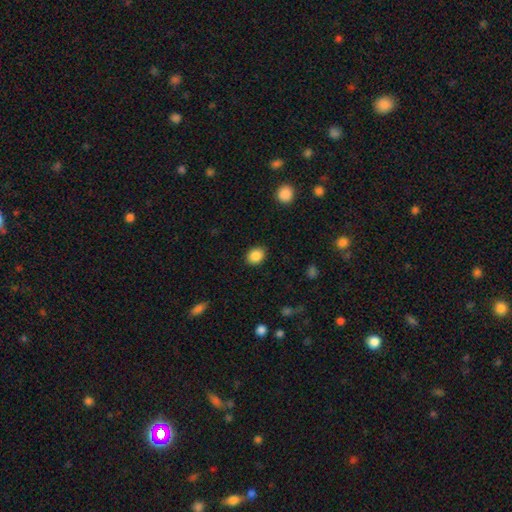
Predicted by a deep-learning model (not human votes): The model was most divided on "how rounded" (2-way tie): in between: 50%, round: 50%, cigar-shaped: 1%. More confident: merging — none (87%); smooth or featured — smooth (87%).